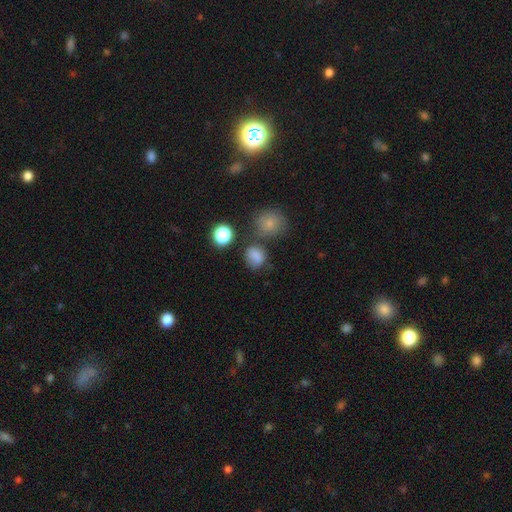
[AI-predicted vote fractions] smooth 79%, star or artifact 14%, featured or disk 7%. Down the decision tree: how rounded — round (63%); merging — none (62%).